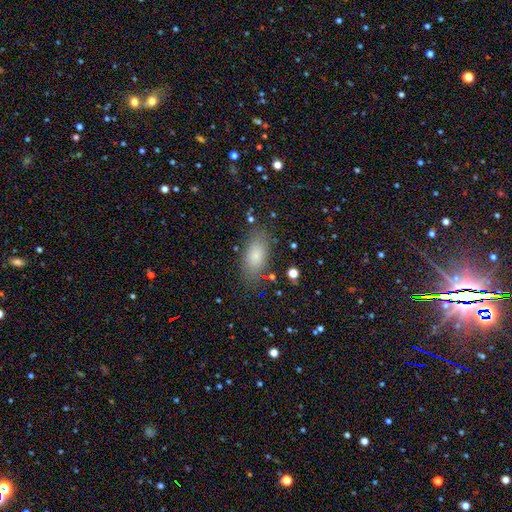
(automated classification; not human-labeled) The model was most divided on "smooth or featured": smooth: 79%, featured or disk: 12%, star or artifact: 10%. More confident: how rounded — in between (88%); merging — none (81%).